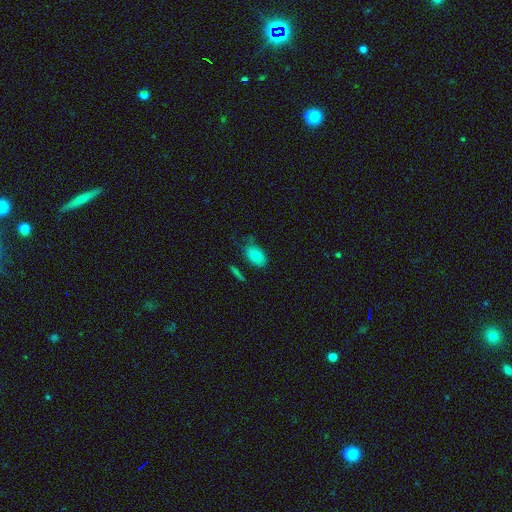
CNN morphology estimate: This is likely a smooth galaxy (80%). How rounded: clearly in between (89%). Merging: likely none (62%).